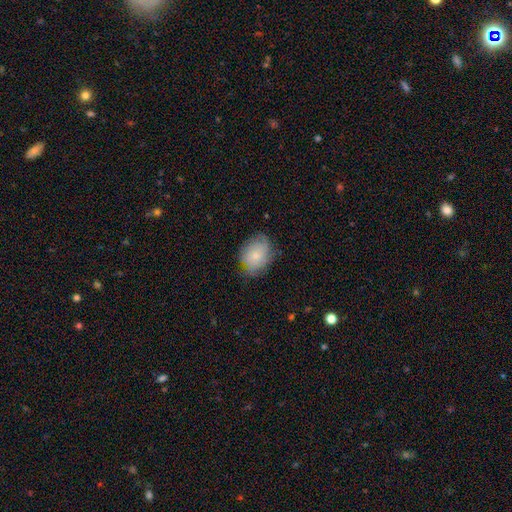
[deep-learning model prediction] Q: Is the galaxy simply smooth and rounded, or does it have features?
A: smooth — 71%.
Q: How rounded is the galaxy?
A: in between — 66%.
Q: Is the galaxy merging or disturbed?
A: none — 65%.